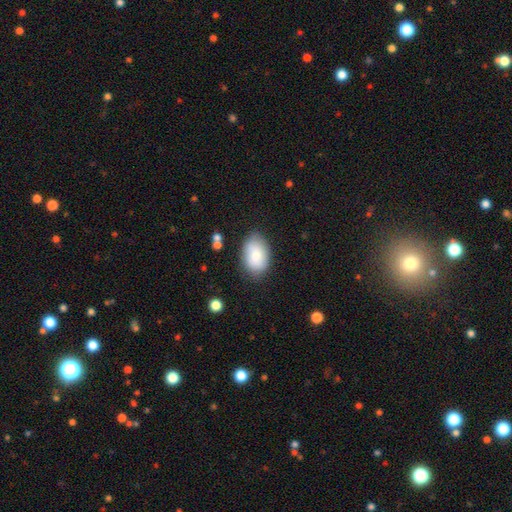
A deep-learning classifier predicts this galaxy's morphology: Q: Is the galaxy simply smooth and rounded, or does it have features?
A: smooth — 82%.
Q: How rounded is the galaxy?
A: in between — 89%.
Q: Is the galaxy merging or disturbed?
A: none — 77%.